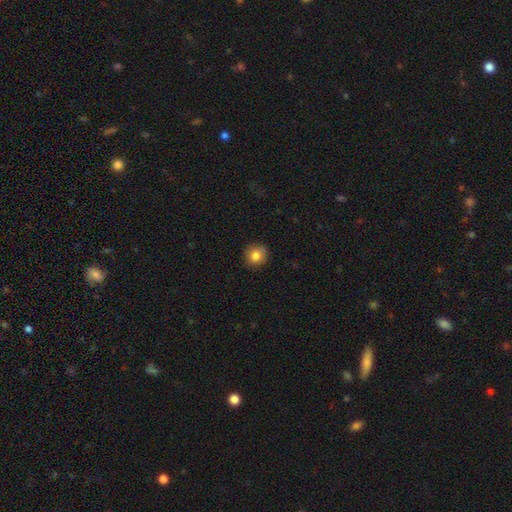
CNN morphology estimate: Smooth or featured? smooth (83%)
How rounded? round (92%)
Merging? none (87%)